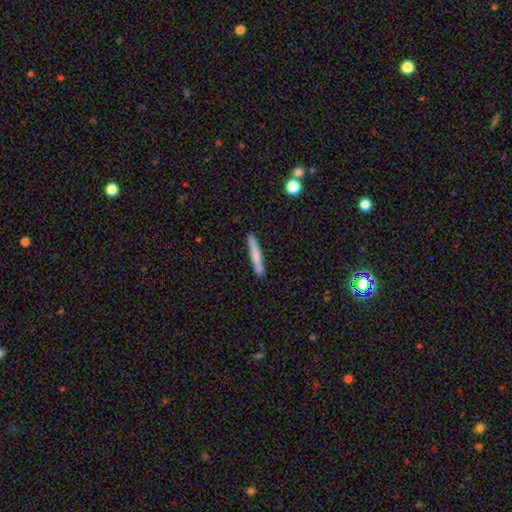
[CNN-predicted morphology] Smooth or featured? smooth (71%)
How rounded? cigar-shaped (95%)
Merging? none (89%)